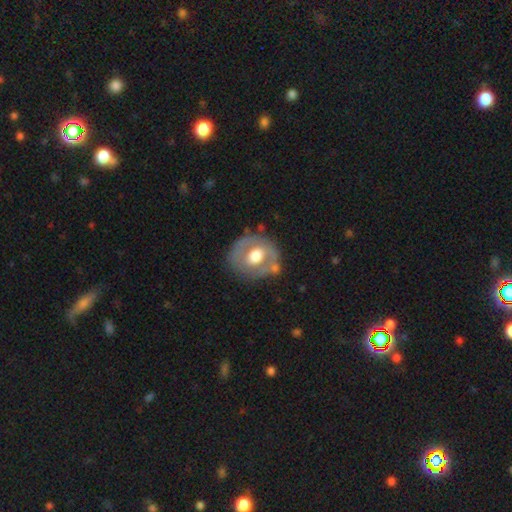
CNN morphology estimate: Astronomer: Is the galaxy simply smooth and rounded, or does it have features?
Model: featured or disk — 48% (runner-up: smooth, 45%).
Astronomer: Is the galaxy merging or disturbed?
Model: none — 68%.